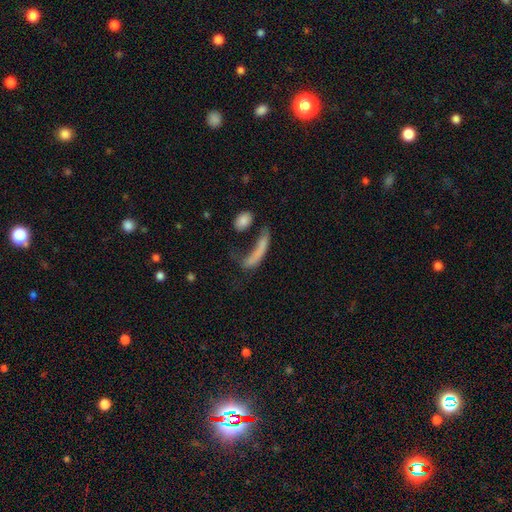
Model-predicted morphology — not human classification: A smooth galaxy with no disk features (61%) that is cigar-shaped (64%).

Vote fractions:
- Smooth or featured? smooth: 61% / featured or disk: 27% / star or artifact: 11%
- How rounded? cigar-shaped: 64% / in between: 30% / round: 6%
- Merging? major disturbance: 38% / none: 28% / merger: 20% / minor disturbance: 14%